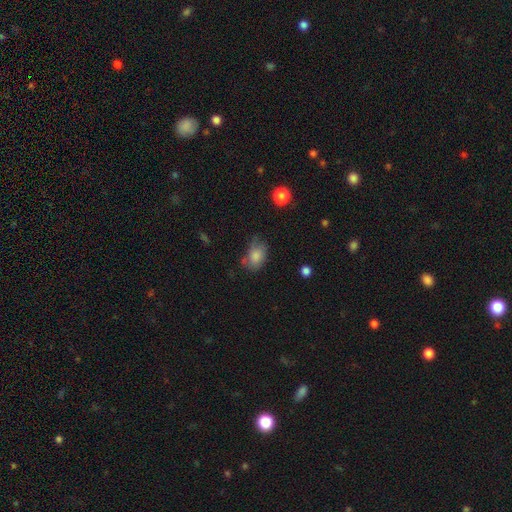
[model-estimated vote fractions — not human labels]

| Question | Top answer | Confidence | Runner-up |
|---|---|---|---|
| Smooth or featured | smooth | 79% | featured or disk (12%) |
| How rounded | in between | 78% | round (21%) |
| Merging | none | 44% | minor disturbance (35%) |